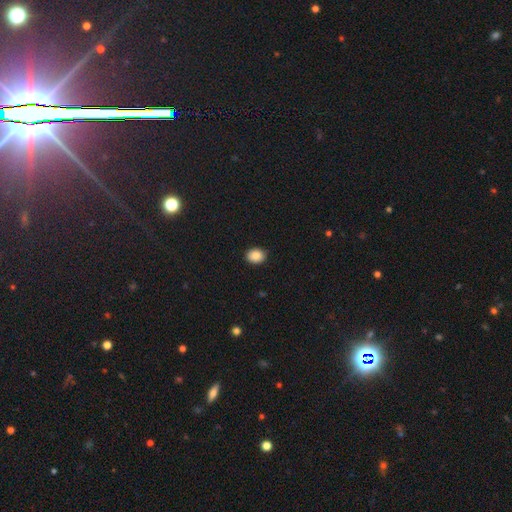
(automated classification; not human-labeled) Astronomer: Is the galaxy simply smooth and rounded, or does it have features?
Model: smooth — 88%.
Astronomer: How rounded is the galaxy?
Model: in between — 59% (runner-up: round, 40%).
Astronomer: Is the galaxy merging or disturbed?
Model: none — 90%.